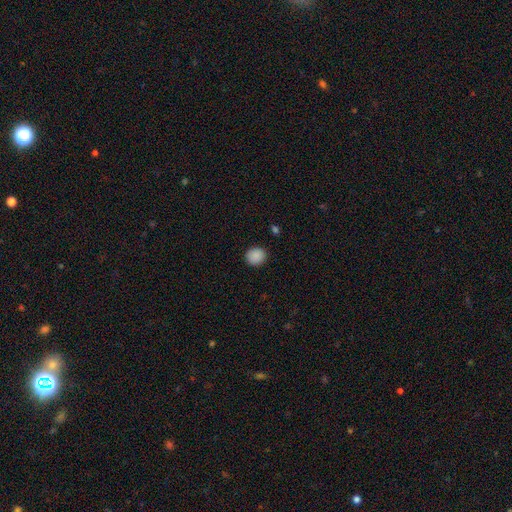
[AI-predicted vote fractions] Smooth or featured? Predicted: smooth (p=0.89). How rounded? Predicted: round (p=0.82). Merging? Predicted: none (p=0.90).